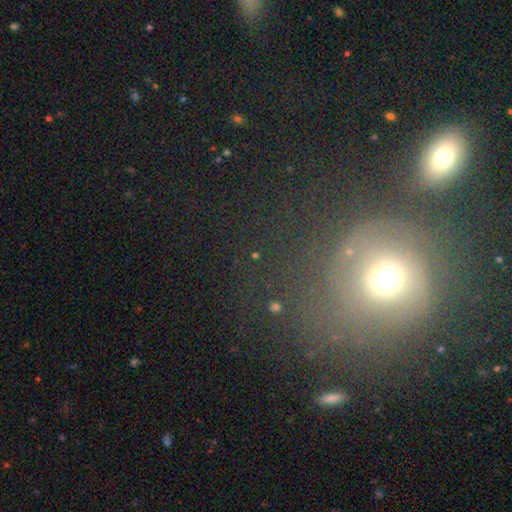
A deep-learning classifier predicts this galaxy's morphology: type=star or artifact (60%).